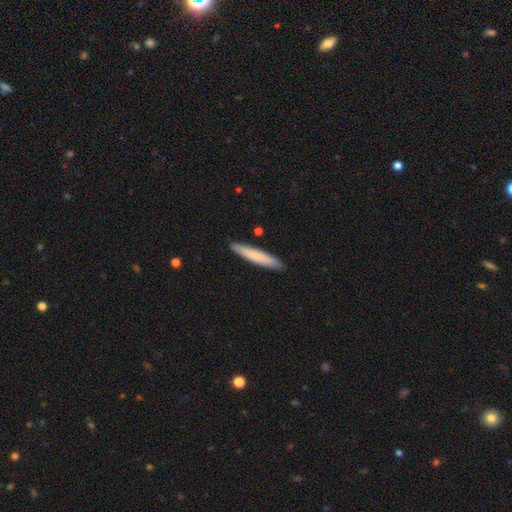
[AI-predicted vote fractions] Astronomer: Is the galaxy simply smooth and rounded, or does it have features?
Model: smooth — 76%.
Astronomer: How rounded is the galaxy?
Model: cigar-shaped — 94%.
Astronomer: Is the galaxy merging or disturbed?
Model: none — 90%.